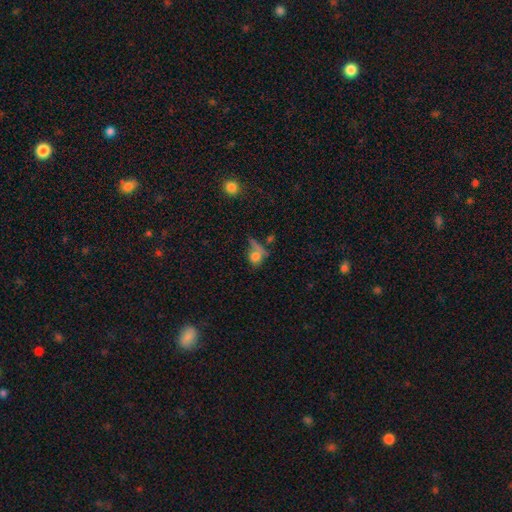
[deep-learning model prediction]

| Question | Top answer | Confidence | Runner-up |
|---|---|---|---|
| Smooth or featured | smooth | 68% | featured or disk (17%) |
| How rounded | round | 49% | in between (44%) |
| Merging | none | 37% | merger (24%) |